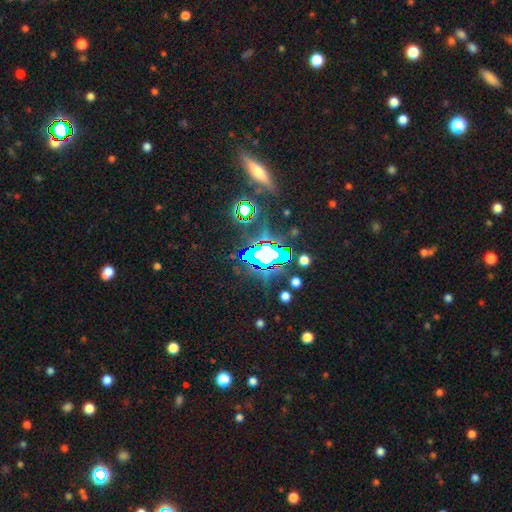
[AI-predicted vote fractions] A star or artifact, not a galaxy (66%).

Vote fractions:
- Smooth or featured? star or artifact: 66% / smooth: 17% / featured or disk: 17%